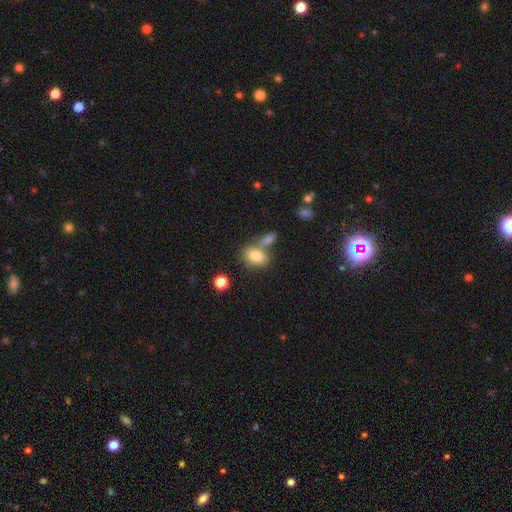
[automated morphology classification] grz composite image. It shows a smooth galaxy with no disk features (81%) that is in between round and cigar-shaped (76%). Merging: none (50%).